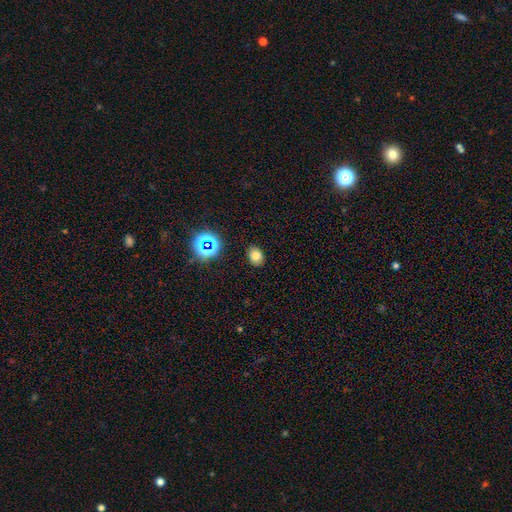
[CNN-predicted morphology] type=smooth (75%); roundness=in between (66%); merging=none (87%).